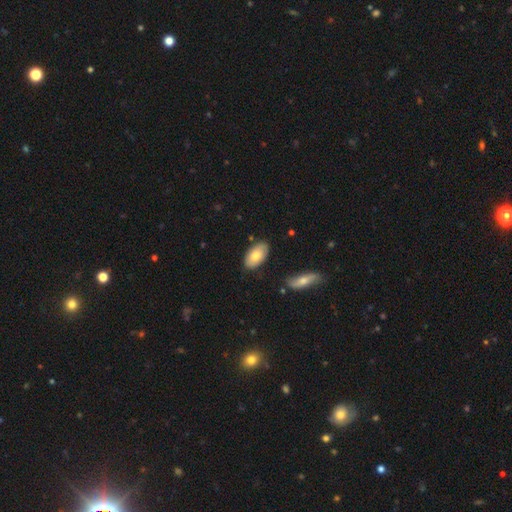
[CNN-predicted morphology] smooth_or_featured: smooth (p=0.75) [alt: featured or disk p=0.19]
how_rounded: in between (p=0.95) [alt: round p=0.03]
merging: none (p=0.81) [alt: minor disturbance p=0.13]